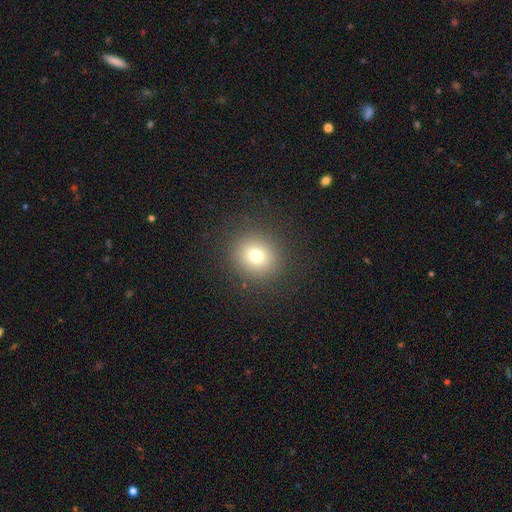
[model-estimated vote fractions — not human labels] Smooth or featured? smooth (75%)
How rounded? round (87%)
Merging? none (90%)